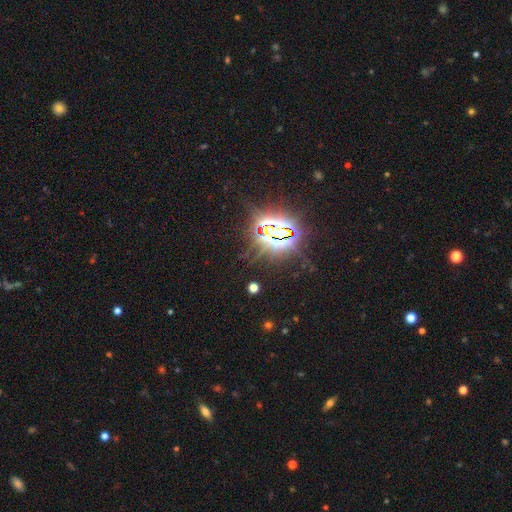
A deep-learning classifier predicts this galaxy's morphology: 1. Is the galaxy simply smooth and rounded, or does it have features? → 86% star or artifact, 8% smooth, 6% featured or disk.